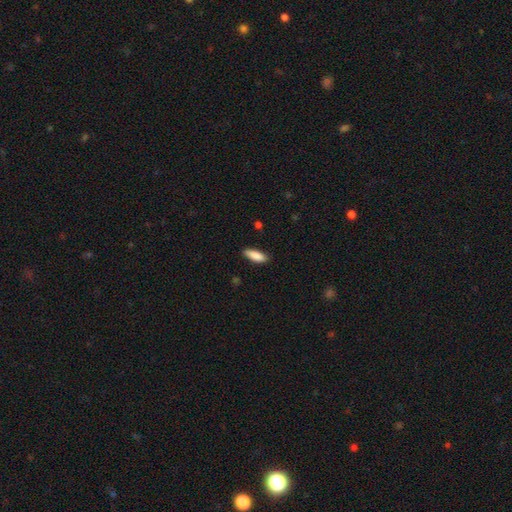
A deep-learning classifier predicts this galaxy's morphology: The model was most divided on "how rounded": in between: 60%, cigar-shaped: 38%, round: 2%. More confident: smooth or featured — smooth (87%); merging — none (84%).